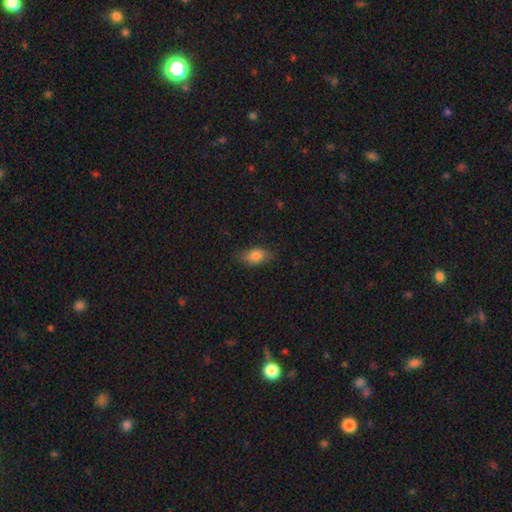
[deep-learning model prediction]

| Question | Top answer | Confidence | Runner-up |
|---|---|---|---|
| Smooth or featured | smooth | 78% | featured or disk (13%) |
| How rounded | in between | 85% | round (8%) |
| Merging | none | 78% | minor disturbance (17%) |